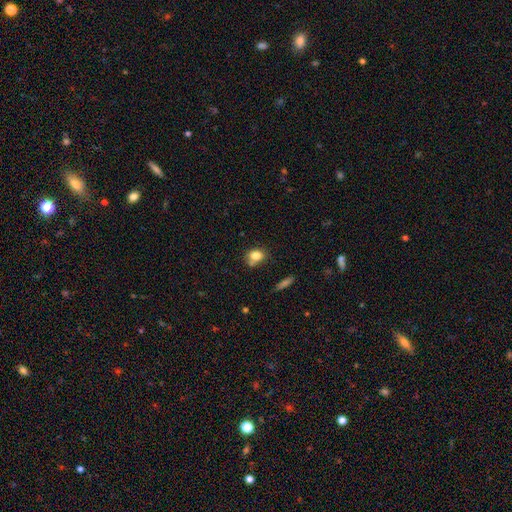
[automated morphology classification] The model was most divided on "how rounded" (2-way tie): round: 49%, in between: 49%, cigar-shaped: 2%. More confident: smooth or featured — smooth (79%); merging — none (57%).